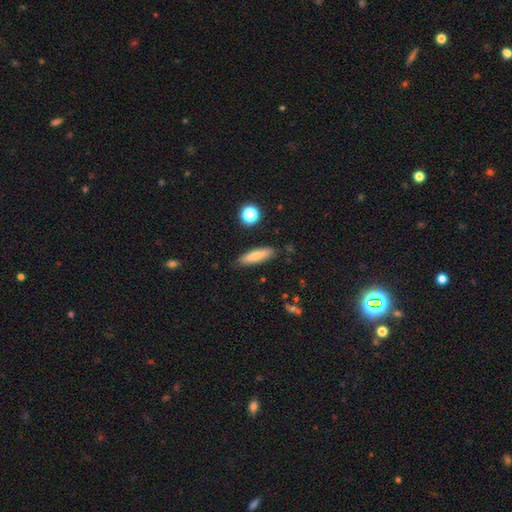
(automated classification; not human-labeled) Smooth or featured?
  - smooth: 75% *
  - featured or disk: 17%
  - star or artifact: 8%
How rounded?
  - cigar-shaped: 70% *
  - in between: 28%
  - round: 2%
Merging?
  - none: 85% *
  - minor disturbance: 10%
  - major disturbance: 2%
  - merger: 2%